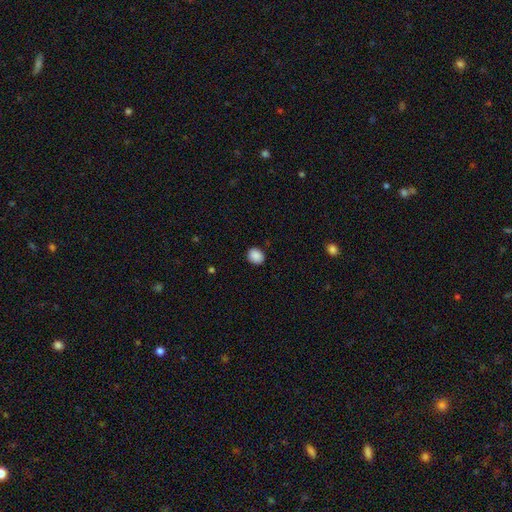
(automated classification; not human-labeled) A smooth galaxy with no disk features (89%) that is round (62%). Merging: none (88%).